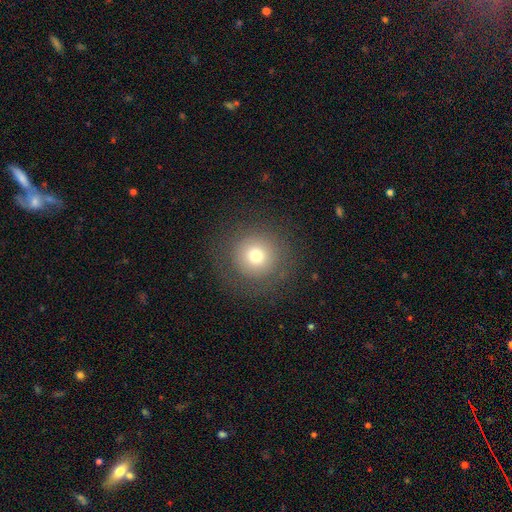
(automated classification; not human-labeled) Q: Smooth or featured?
A: smooth (72%); runner-up: featured or disk (14%)
Q: How rounded?
A: round (95%); runner-up: in between (4%)
Q: Merging?
A: none (85%); runner-up: minor disturbance (8%)